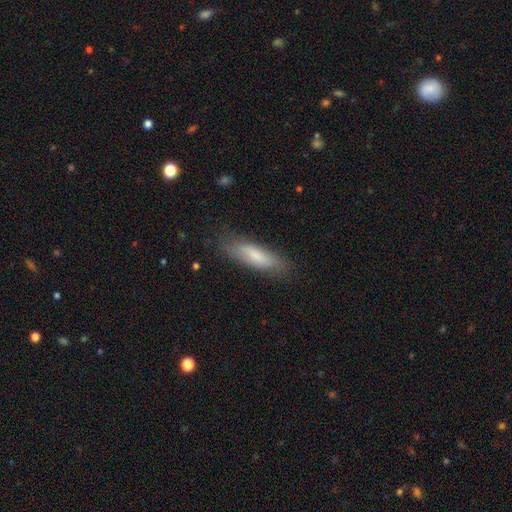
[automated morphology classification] A smooth galaxy with no disk features (72%) that is cigar-shaped (57%). Merging: none (77%).